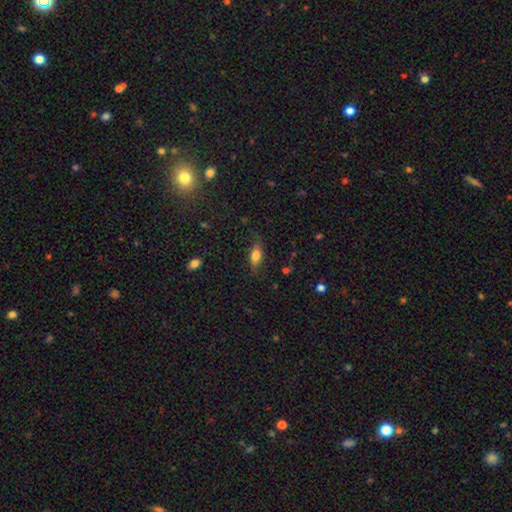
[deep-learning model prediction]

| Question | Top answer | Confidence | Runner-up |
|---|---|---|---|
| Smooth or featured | smooth | 75% | featured or disk (16%) |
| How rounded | in between | 77% | cigar-shaped (19%) |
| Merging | none | 75% | minor disturbance (18%) |